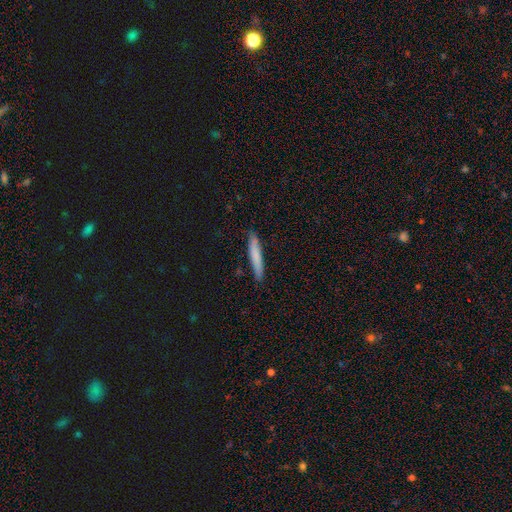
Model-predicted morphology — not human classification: smooth_or_featured: smooth (p=0.74) [alt: featured or disk p=0.21]
how_rounded: cigar-shaped (p=0.94) [alt: in between p=0.05]
merging: none (p=0.87) [alt: minor disturbance p=0.10]